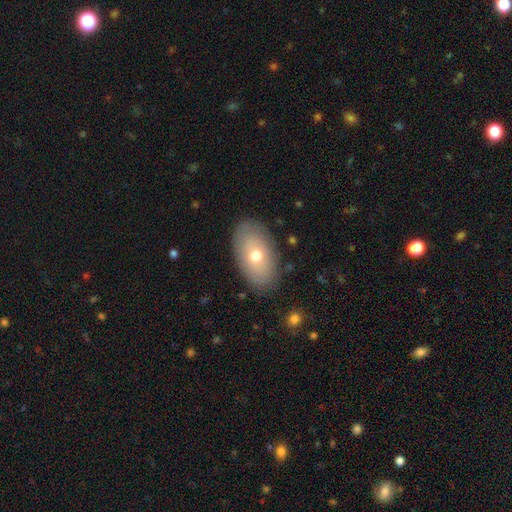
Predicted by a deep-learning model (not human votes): smooth_or_featured: smooth (p=0.64) [alt: featured or disk p=0.29]
how_rounded: in between (p=0.93) [alt: round p=0.05]
merging: none (p=0.86) [alt: minor disturbance p=0.10]